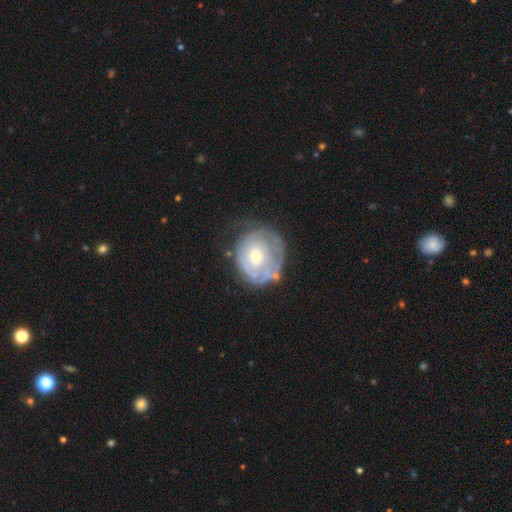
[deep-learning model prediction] Morphology: type=featured or disk (59%); edge-on=no (97%); bar=no (85%); spiral arms=no (55%); bulge=small (59%); merging=none (52%).